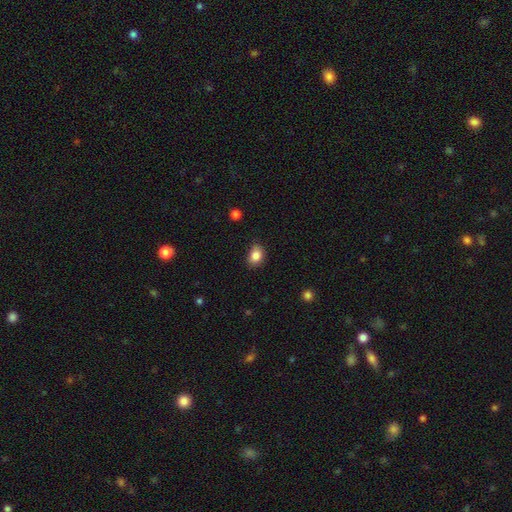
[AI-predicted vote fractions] The model was most divided on "how rounded": in between: 62%, round: 37%, cigar-shaped: 1%. More confident: smooth or featured — smooth (84%); merging — none (75%).